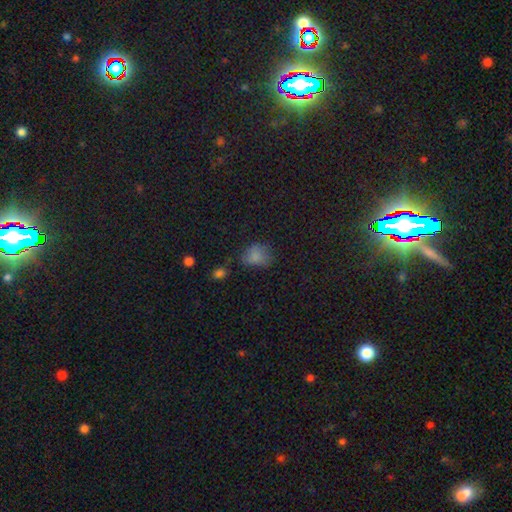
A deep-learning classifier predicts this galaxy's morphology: A smooth galaxy with no disk features (76%) that is in between round and cigar-shaped (58%). Merging: none (47%).